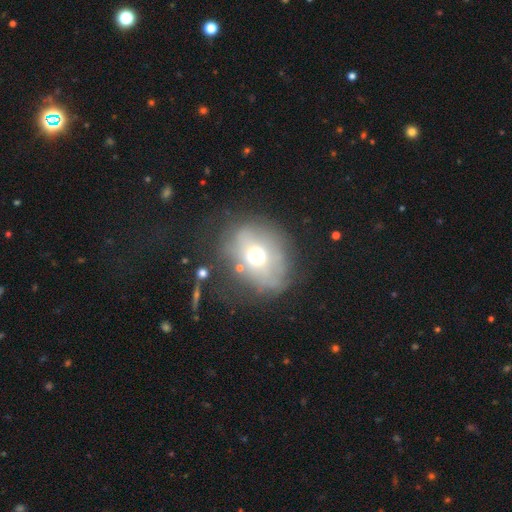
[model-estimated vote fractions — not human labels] Overall: smooth (51%; featured or disk 37%). How rounded: round (55%; in between 43%). Merging: none (62%).